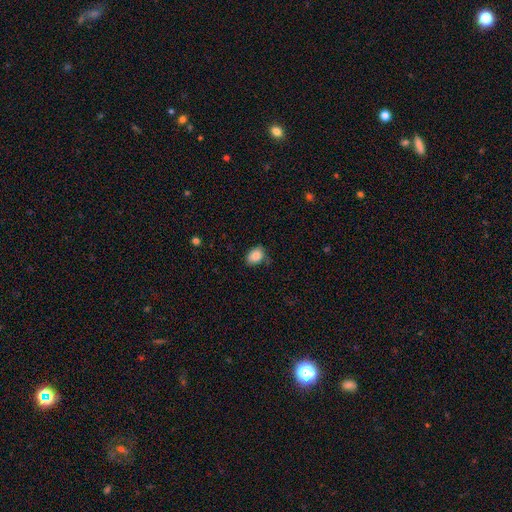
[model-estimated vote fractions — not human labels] Overall: smooth (87%). How rounded: in between (78%). Merging: none (70%).